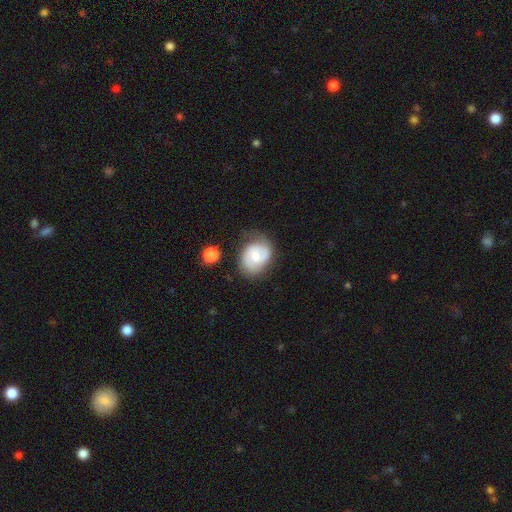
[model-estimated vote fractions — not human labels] featured or disk 58%, smooth 35%, star or artifact 7%. Down the decision tree: edge-on disk — no (98%); bar — no (46%); spiral arms — yes (86%); bulge size — moderate (46%); merging — none (64%).